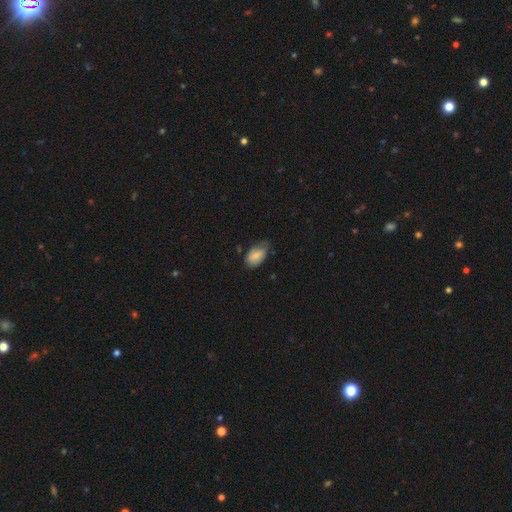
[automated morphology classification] A smooth galaxy with no disk features (75%) that is in between round and cigar-shaped (92%). Merging: none (49%).